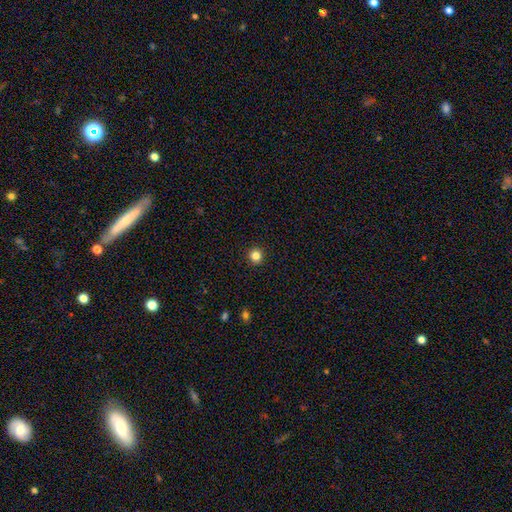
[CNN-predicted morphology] A smooth galaxy with no disk features (83%) that is round (95%).

Vote fractions:
- Smooth or featured? smooth: 83% / star or artifact: 12% / featured or disk: 5%
- How rounded? round: 95% / in between: 5% / cigar-shaped: 1%
- Merging? none: 93% / minor disturbance: 4% / major disturbance: 1% / merger: 1%